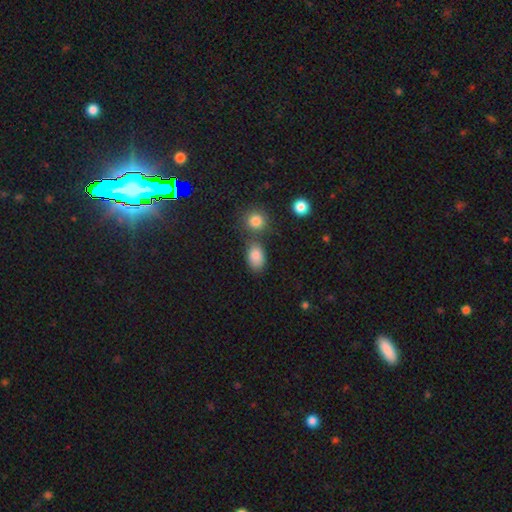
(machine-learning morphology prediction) smooth 85%, star or artifact 10%, featured or disk 5%. Down the decision tree: how rounded — in between (83%); merging — none (62%).